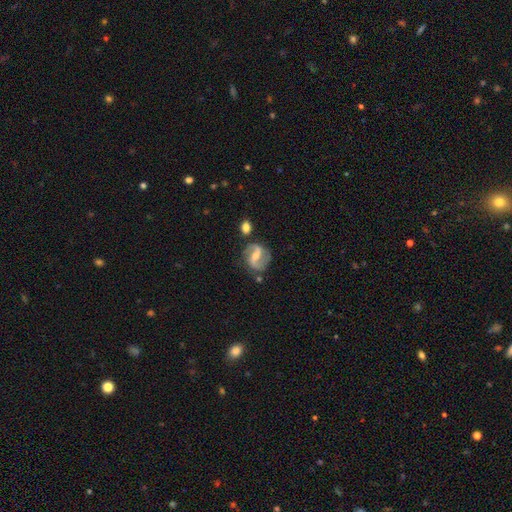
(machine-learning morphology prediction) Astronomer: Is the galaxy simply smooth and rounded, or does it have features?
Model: featured or disk — 84%.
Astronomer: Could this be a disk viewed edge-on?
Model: no — 97%.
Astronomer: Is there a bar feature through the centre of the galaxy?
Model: strong — 44% (runner-up: weak, 40%).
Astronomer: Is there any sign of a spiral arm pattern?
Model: yes — 95%.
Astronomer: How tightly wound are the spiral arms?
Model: medium — 47% (runner-up: loose, 38%).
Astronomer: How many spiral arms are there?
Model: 2 — 92%.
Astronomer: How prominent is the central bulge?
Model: moderate — 48% (runner-up: small, 43%).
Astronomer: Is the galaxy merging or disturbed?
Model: none — 73%.